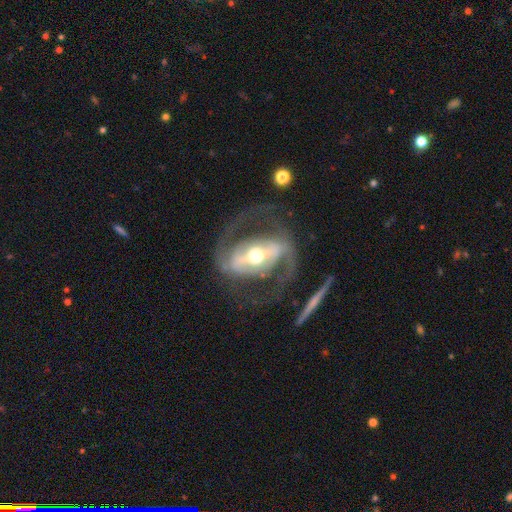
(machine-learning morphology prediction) A featured or disk galaxy (88%) with a strong bar (68%), 2 (89%) medium (53%) spiral arms (84%) and a moderate central bulge (70%).

Vote fractions:
- Smooth or featured? featured or disk: 88% / smooth: 8% / star or artifact: 4%
- Edge-on disk? no: 94% / yes: 6%
- Bar? strong: 68% / weak: 21% / no: 11%
- Spiral arms? yes: 84% / no: 16%
- Spiral winding? medium: 53% / loose: 24% / tight: 23%
- Spiral arm count? 2: 89% / can't tell: 5% / 1: 3% / 3: 1% / 4: 1% / more than 4: 1%
- Bulge size? moderate: 70% / large: 15% / small: 12% / dominant: 2% / none: 1%
- Merging? none: 67% / major disturbance: 18% / minor disturbance: 13% / merger: 3%